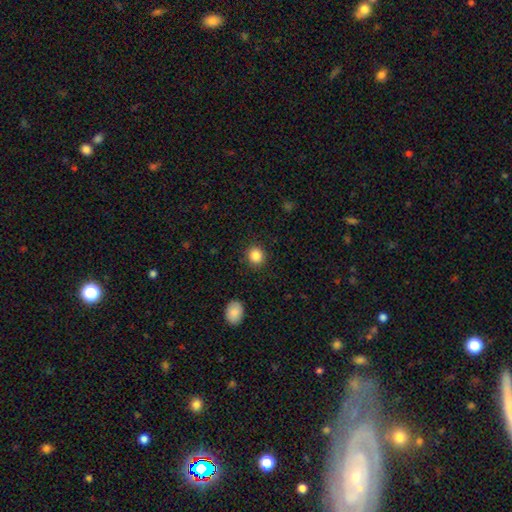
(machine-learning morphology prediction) Overall: smooth (86%). How rounded: round (86%). Merging: none (91%).